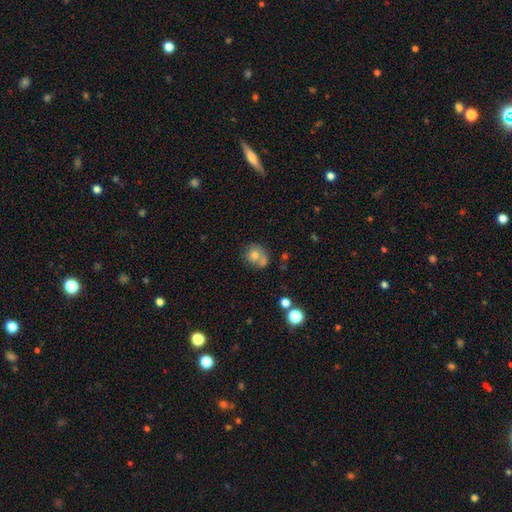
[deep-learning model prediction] Smooth or featured? Predicted: smooth (p=0.68). How rounded? Predicted: round (p=0.69). Merging? Predicted: none (p=0.43).